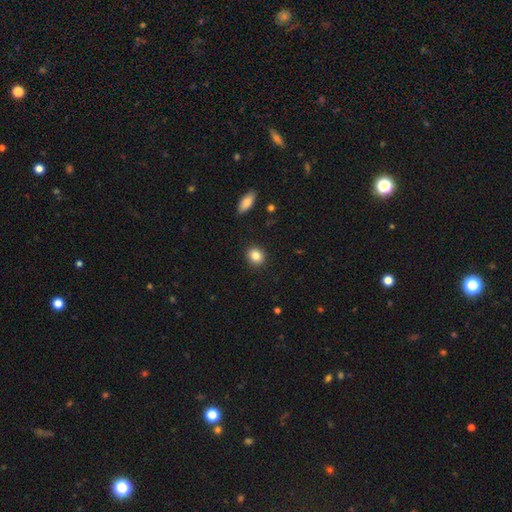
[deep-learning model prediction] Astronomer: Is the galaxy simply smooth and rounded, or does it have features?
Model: smooth — 85%.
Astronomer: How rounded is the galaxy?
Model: round — 69%.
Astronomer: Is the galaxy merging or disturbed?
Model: none — 90%.